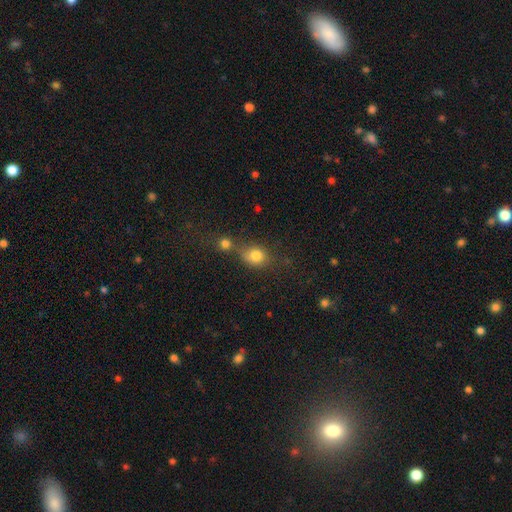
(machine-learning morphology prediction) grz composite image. It shows a smooth galaxy with no disk features (80%) that is round (67%). Merging: merger (41%).